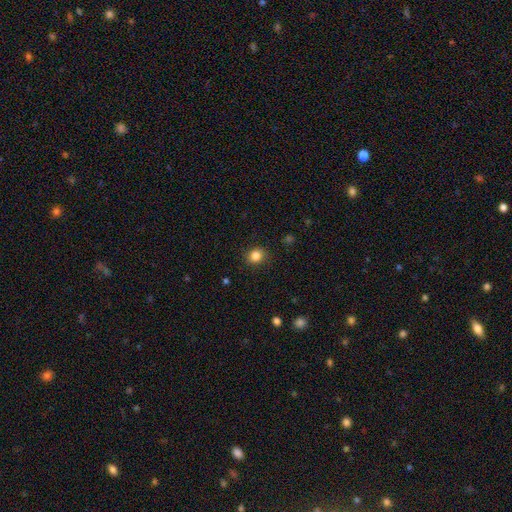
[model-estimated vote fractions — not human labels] A smooth galaxy with no disk features (85%) that is round (81%). Merging: none (89%).